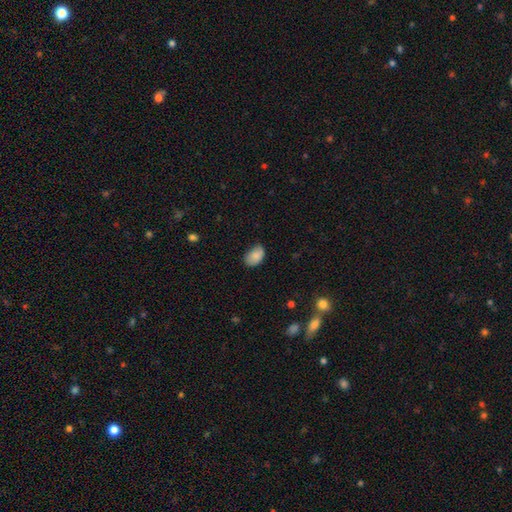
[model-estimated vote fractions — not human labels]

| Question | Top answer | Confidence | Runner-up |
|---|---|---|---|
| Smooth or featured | smooth | 83% | featured or disk (9%) |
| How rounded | in between | 87% | round (12%) |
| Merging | none | 59% | minor disturbance (34%) |